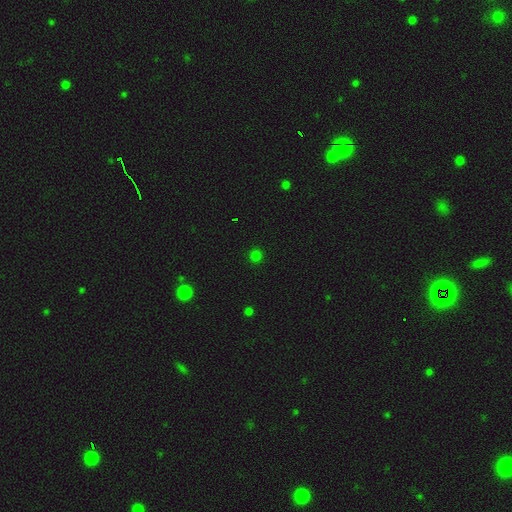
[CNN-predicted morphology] smooth 76%, star or artifact 21%, featured or disk 3%. Down the decision tree: how rounded — round (91%); merging — none (91%).